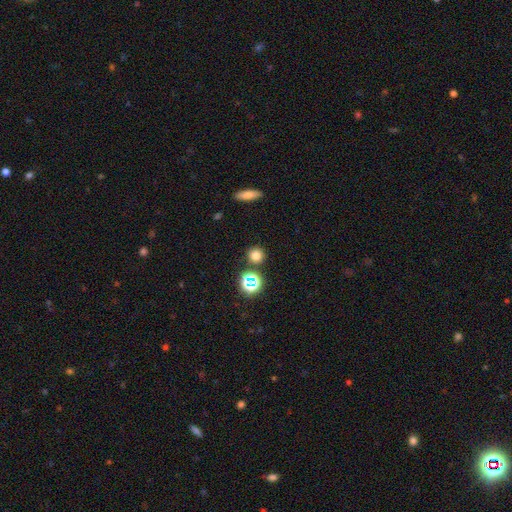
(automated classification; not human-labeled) smooth_or_featured: smooth (p=0.74) [alt: star or artifact p=0.20]
how_rounded: round (p=0.91) [alt: in between p=0.07]
merging: none (p=0.84) [alt: minor disturbance p=0.07]